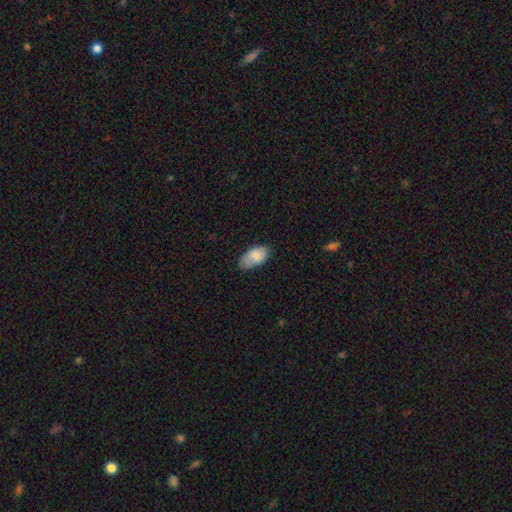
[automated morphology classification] This appears to be a smooth galaxy with no disk features (83%) that is in between round and cigar-shaped (94%). Merging: none (55%).